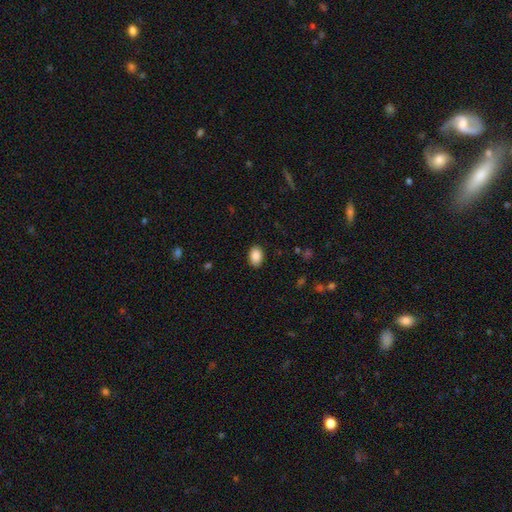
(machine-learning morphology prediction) This appears to be a smooth galaxy with no disk features (89%) that is in between round and cigar-shaped (85%). Merging: none (89%).